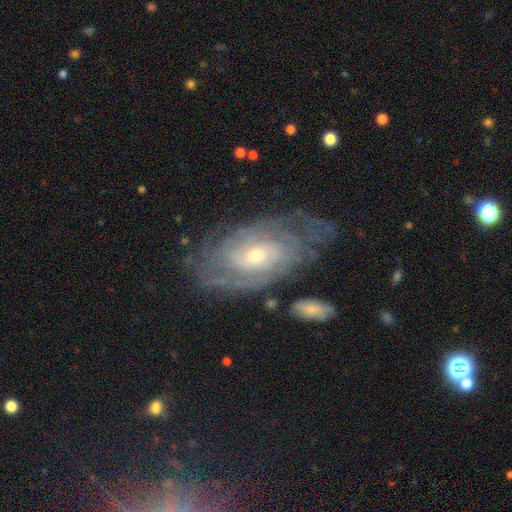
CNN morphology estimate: The model was most divided on "spiral arm count": can't tell: 40%, 2: 21%, 3: 15%, 4: 12%, more than 4: 7%, 1: 5%. More confident: spiral arms — yes (95%); edge-on disk — no (94%); smooth or featured — featured or disk (85%); spiral winding — tight (74%); merging — none (71%); bar — no (66%); bulge size — small (66%).